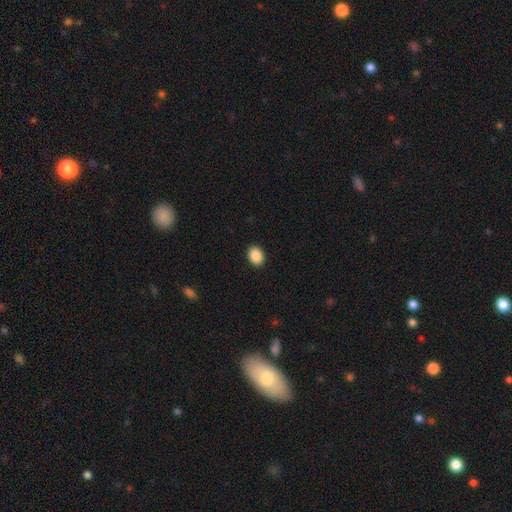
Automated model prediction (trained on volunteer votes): Smooth or featured? smooth (89%)
How rounded? in between (67%)
Merging? none (92%)